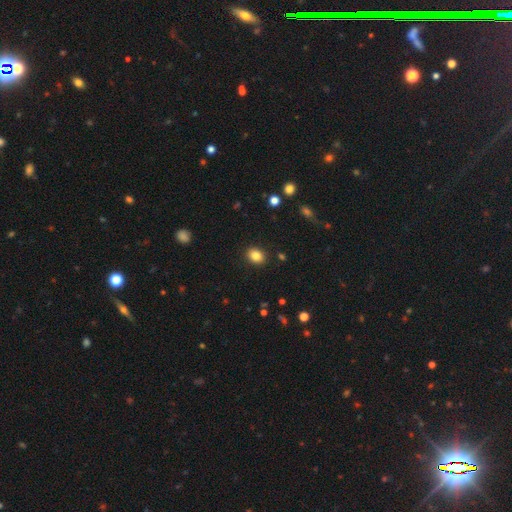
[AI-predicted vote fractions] Smooth or featured: smooth — 84% (star or artifact — 10%)
How rounded: in between — 54% (round — 45%)
Merging: none — 89% (minor disturbance — 7%)